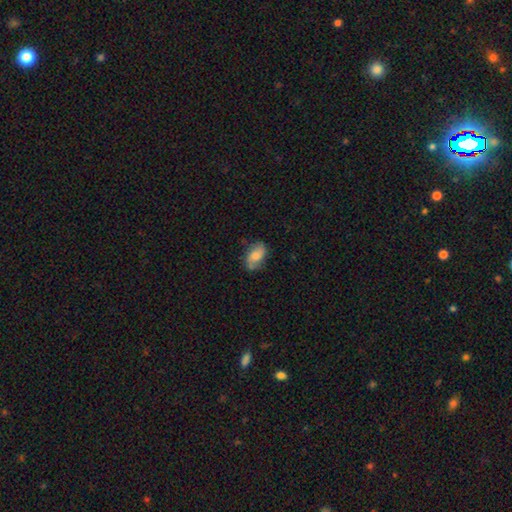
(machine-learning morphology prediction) Smooth or featured? smooth (55%)
How rounded? in between (89%)
Merging? none (70%)